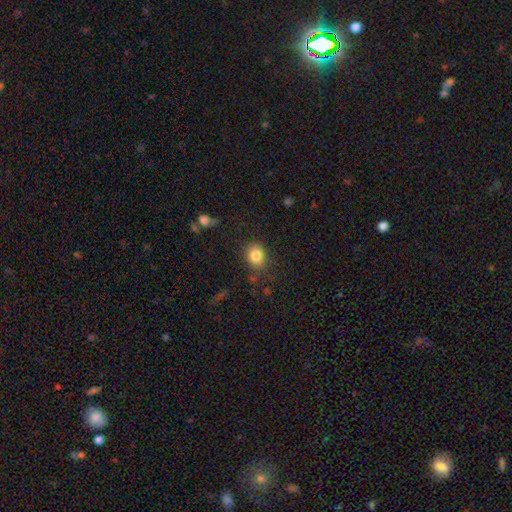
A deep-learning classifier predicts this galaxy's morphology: Smooth or featured: smooth — 85% (star or artifact — 10%)
How rounded: round — 65% (in between — 34%)
Merging: none — 78% (minor disturbance — 14%)